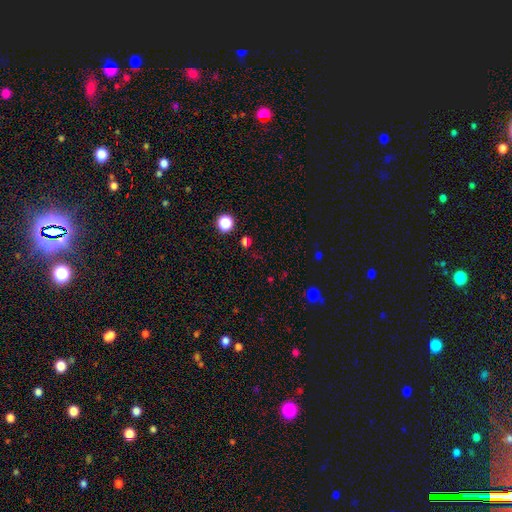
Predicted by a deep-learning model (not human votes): Smooth or featured?
  - star or artifact: 50% *
  - smooth: 44%
  - featured or disk: 6%